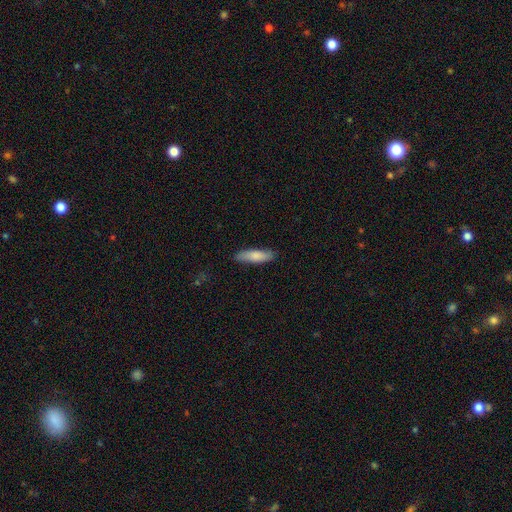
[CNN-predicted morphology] Smooth or featured: smooth — 81% (featured or disk — 13%)
How rounded: cigar-shaped — 65% (in between — 33%)
Merging: none — 86% (minor disturbance — 11%)